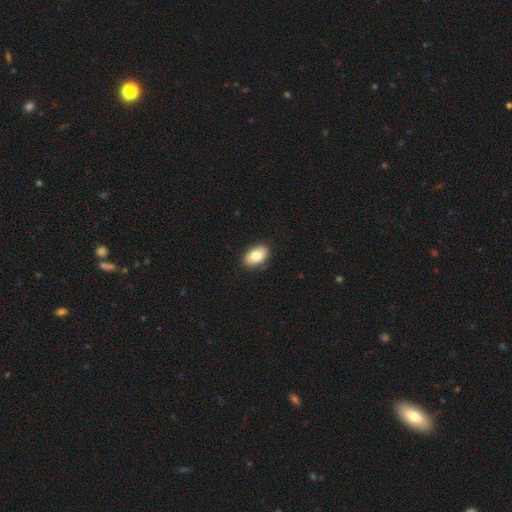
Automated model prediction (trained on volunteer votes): A smooth galaxy with no disk features (81%) that is in between round and cigar-shaped (90%).

Vote fractions:
- Smooth or featured? smooth: 81% / featured or disk: 12% / star or artifact: 7%
- How rounded? in between: 90% / round: 9% / cigar-shaped: 1%
- Merging? none: 89% / minor disturbance: 8% / major disturbance: 2% / merger: 1%